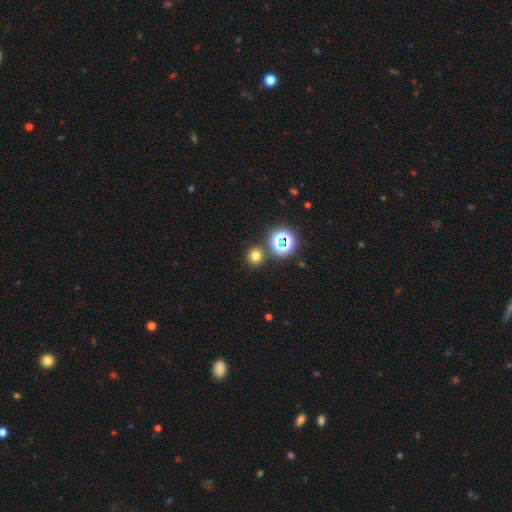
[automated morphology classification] Smooth or featured: smooth — 70% (star or artifact — 24%)
How rounded: round — 92% (in between — 7%)
Merging: none — 85% (merger — 6%)